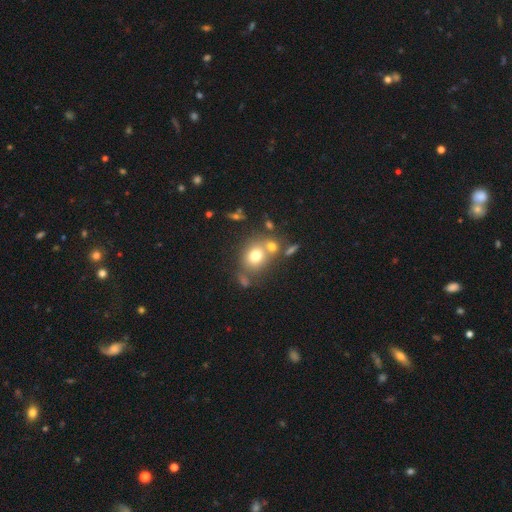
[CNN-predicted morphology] Q: Smooth or featured?
A: smooth (71%); runner-up: featured or disk (16%)
Q: How rounded?
A: round (66%); runner-up: in between (33%)
Q: Merging?
A: none (53%); runner-up: merger (30%)